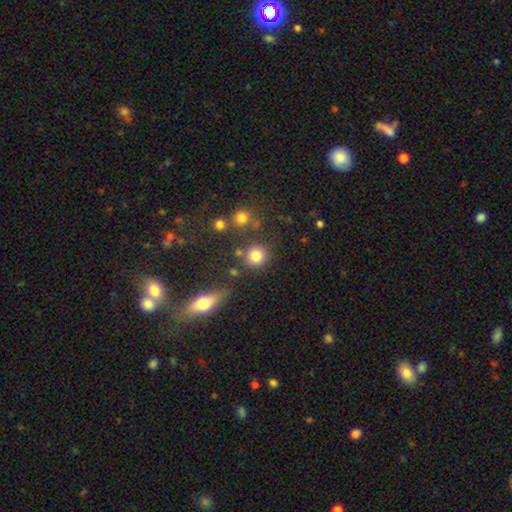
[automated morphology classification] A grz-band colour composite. It shows a smooth galaxy with no disk features (80%) that is round (89%). Merging: none (76%).